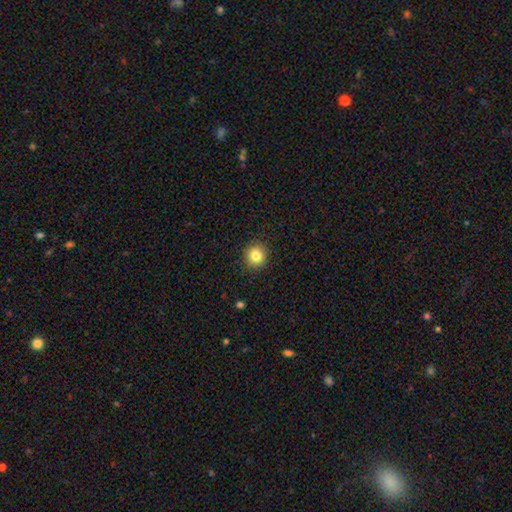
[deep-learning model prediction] smooth 83%, star or artifact 11%, featured or disk 7%. Down the decision tree: how rounded — round (90%); merging — none (91%).